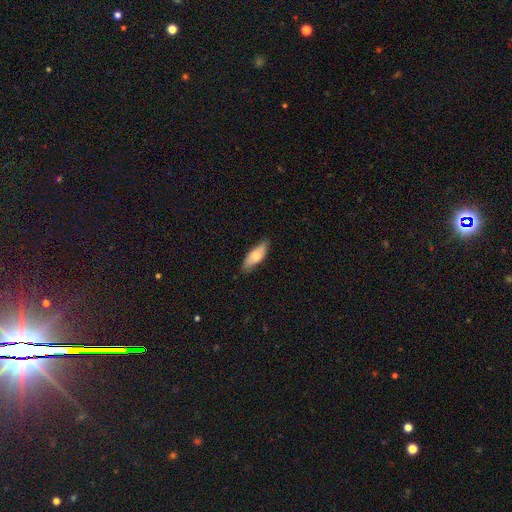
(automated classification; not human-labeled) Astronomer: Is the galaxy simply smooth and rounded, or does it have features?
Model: smooth — 72%.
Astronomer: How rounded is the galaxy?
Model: in between — 66%.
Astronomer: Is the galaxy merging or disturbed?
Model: none — 80%.